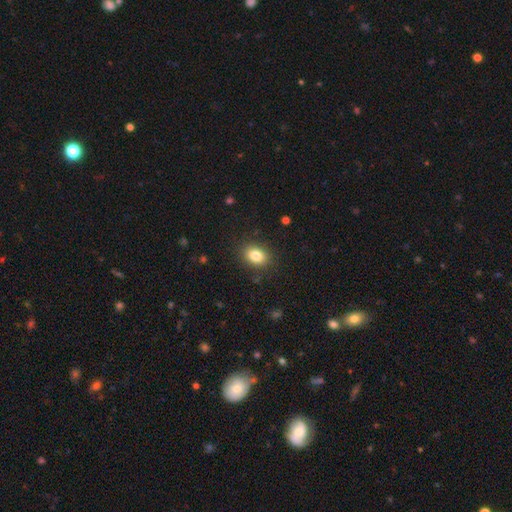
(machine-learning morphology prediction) smooth-or-featured: smooth: 83% | star or artifact: 9% | featured or disk: 7%
  how-rounded: in between: 70% | round: 29% | cigar-shaped: 1%
  merging: none: 87% | minor disturbance: 9% | major disturbance: 3% | merger: 1%